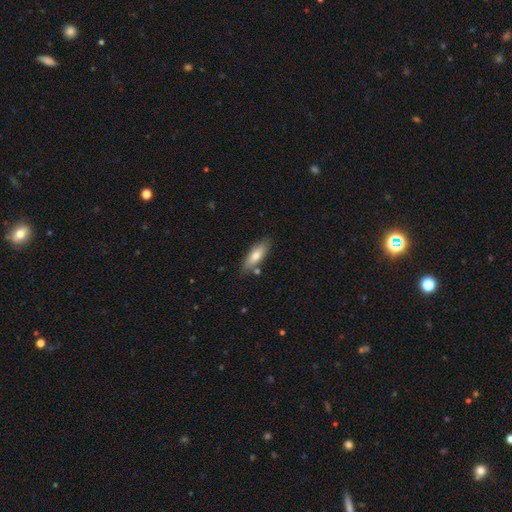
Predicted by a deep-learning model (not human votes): This is likely a smooth galaxy (73%). How rounded: possibly in between (59%). Merging: likely none (77%).